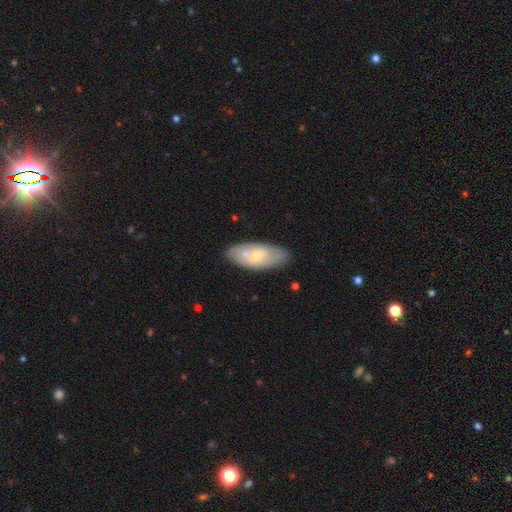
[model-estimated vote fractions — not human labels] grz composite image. It shows a smooth galaxy with no disk features (56%) that is in between round and cigar-shaped (84%). Merging: none (66%).